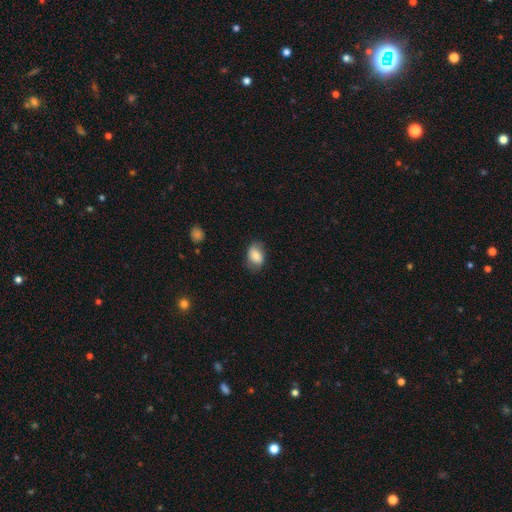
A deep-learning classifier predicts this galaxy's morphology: type=smooth (80%); roundness=in between (78%); merging=none (69%).